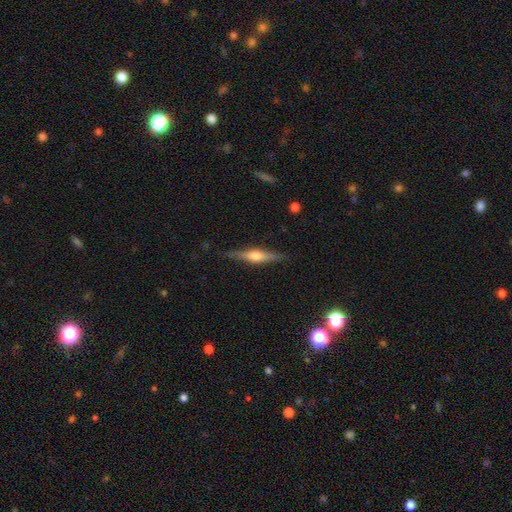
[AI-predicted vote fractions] Overall: featured or disk (66%; smooth 28%). Edge-on disk: yes (97%). Edge-on bulge: rounded (88%). Merging: none (86%).